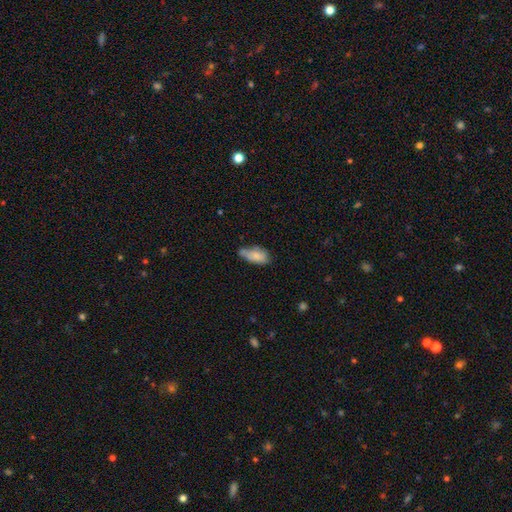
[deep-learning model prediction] Smooth or featured?
  - smooth: 78% *
  - featured or disk: 15%
  - star or artifact: 8%
How rounded?
  - in between: 89% *
  - cigar-shaped: 8%
  - round: 3%
Merging?
  - none: 40% *
  - minor disturbance: 39%
  - merger: 11%
  - major disturbance: 10%